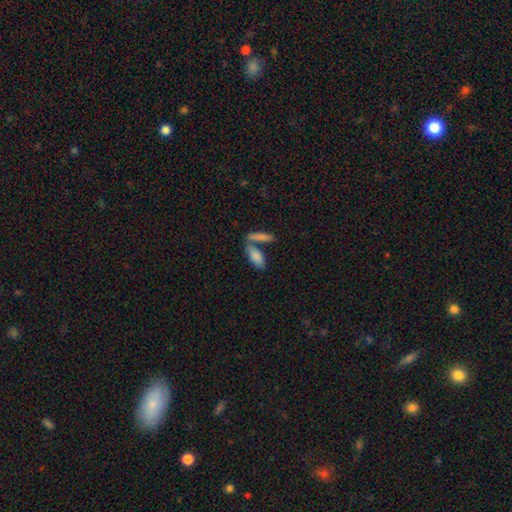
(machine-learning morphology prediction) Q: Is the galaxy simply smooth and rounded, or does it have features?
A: smooth — 82%.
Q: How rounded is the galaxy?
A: in between — 72%.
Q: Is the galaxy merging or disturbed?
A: none — 48%.